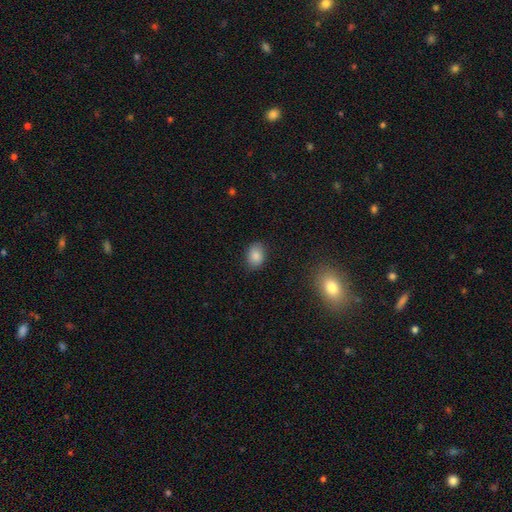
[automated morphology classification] smooth_or_featured: smooth (p=0.85) [alt: star or artifact p=0.09]
how_rounded: in between (p=0.67) [alt: round p=0.32]
merging: none (p=0.83) [alt: minor disturbance p=0.13]